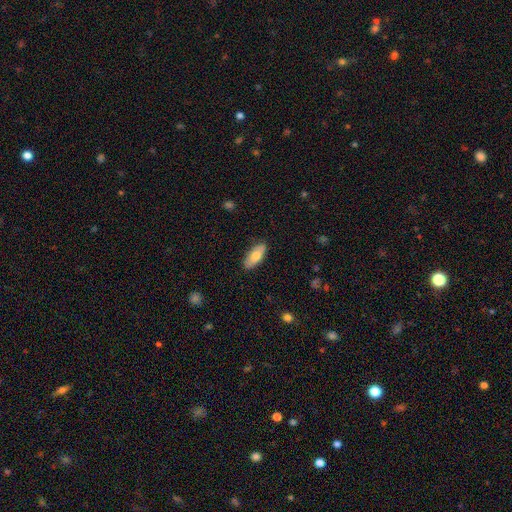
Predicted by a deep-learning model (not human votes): Overall: smooth (73%). How rounded: in between (82%). Merging: none (85%).